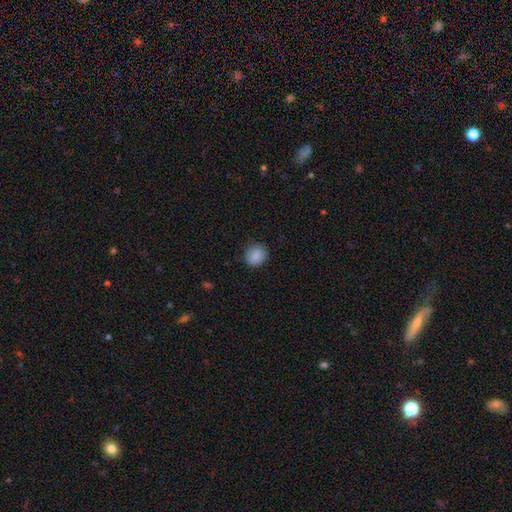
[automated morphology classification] A smooth galaxy with no disk features (85%) that is round (71%).

Vote fractions:
- Smooth or featured? smooth: 85% / star or artifact: 8% / featured or disk: 7%
- How rounded? round: 71% / in between: 28% / cigar-shaped: 1%
- Merging? none: 81% / minor disturbance: 15% / major disturbance: 4% / merger: 1%